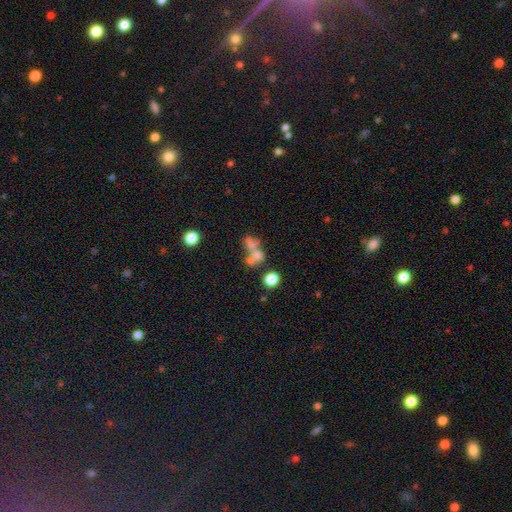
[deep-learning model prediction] Smooth or featured? smooth (57%)
How rounded? round (56%)
Merging? merger (54%)